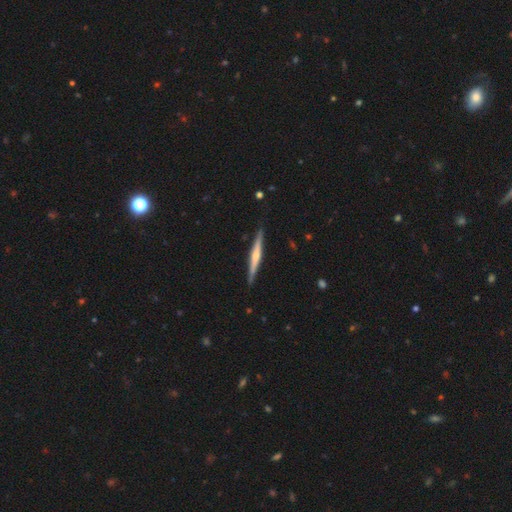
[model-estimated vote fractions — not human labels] Smooth or featured: featured or disk — 64% (smooth — 31%)
Edge-on disk: yes — 98% (no — 2%)
Edge-on bulge: rounded — 67% (none — 23%)
Merging: none — 90% (minor disturbance — 8%)